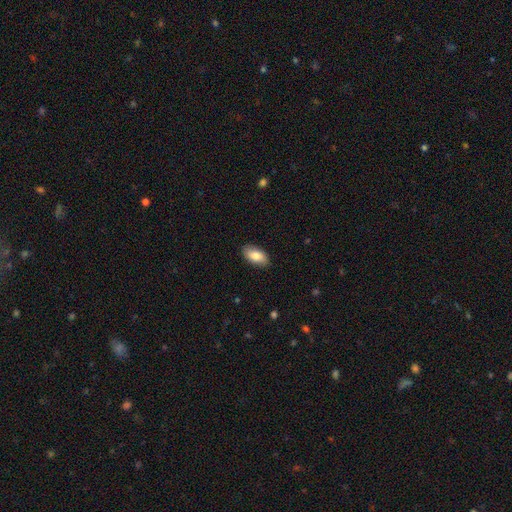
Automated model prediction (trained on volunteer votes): Overall: smooth (82%). How rounded: in between (94%). Merging: none (87%).